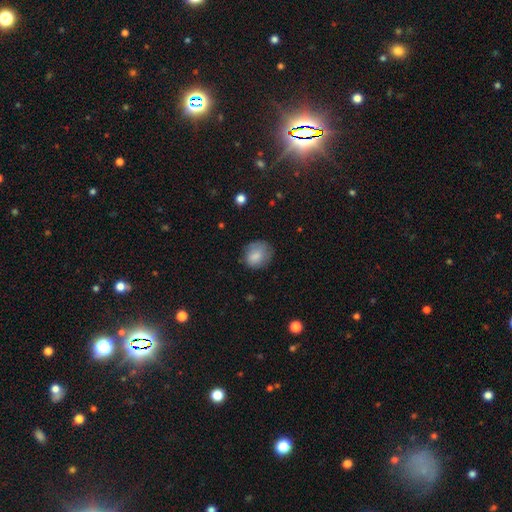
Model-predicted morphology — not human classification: type=smooth (81%); roundness=round (60%); merging=none (66%).